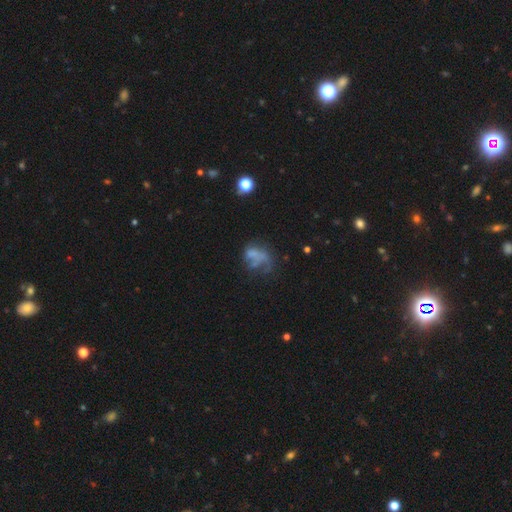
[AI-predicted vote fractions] smooth-or-featured: featured or disk: 43% | smooth: 41% | star or artifact: 16%
  merging: major disturbance: 41% | none: 28% | minor disturbance: 20% | merger: 11%